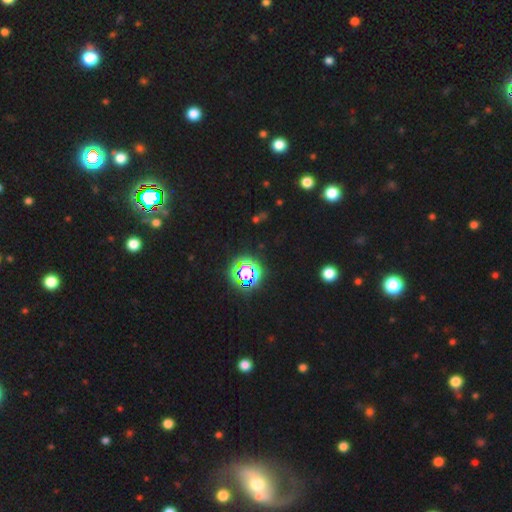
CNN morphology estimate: smooth-or-featured: star or artifact: 79% | smooth: 14% | featured or disk: 6%